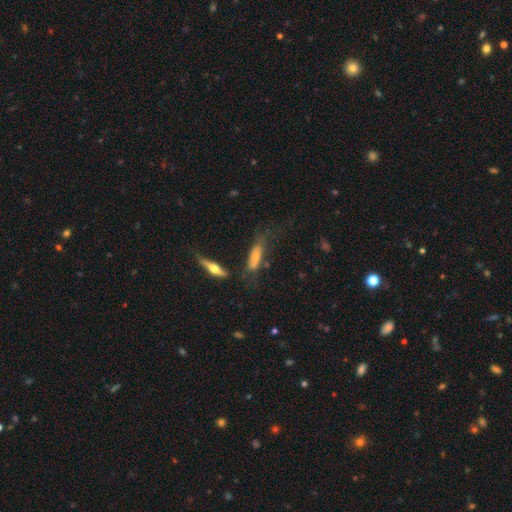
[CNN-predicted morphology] This appears to be a smooth galaxy with no disk features (51%) that is cigar-shaped (67%). Merging: none (45%).